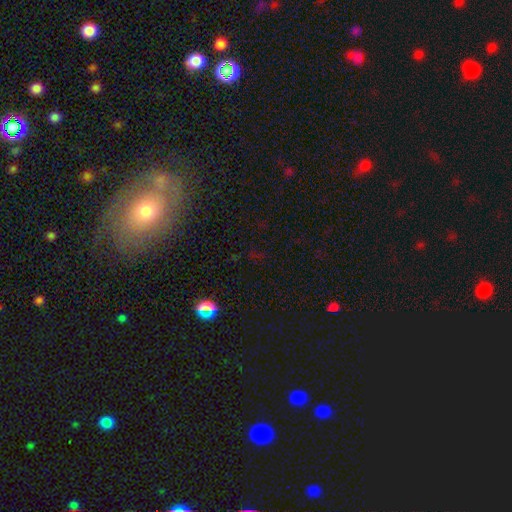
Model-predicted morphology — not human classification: Smooth or featured? Predicted: star or artifact (p=0.71).